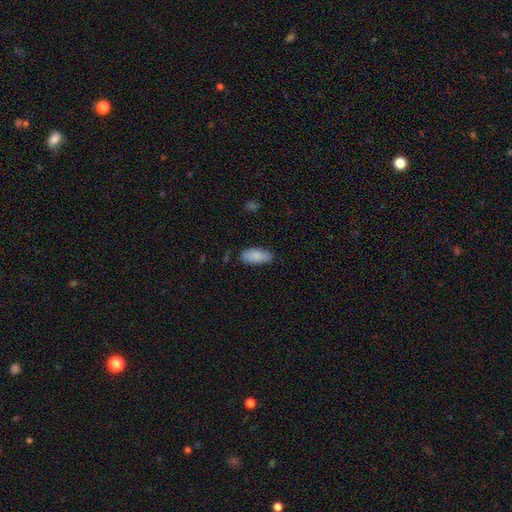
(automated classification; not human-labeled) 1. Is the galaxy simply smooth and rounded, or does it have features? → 87% smooth, 7% featured or disk, 6% star or artifact.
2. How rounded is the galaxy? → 89% in between, 10% cigar-shaped, 2% round.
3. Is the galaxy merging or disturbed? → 82% none, 15% minor disturbance, 3% major disturbance, 1% merger.